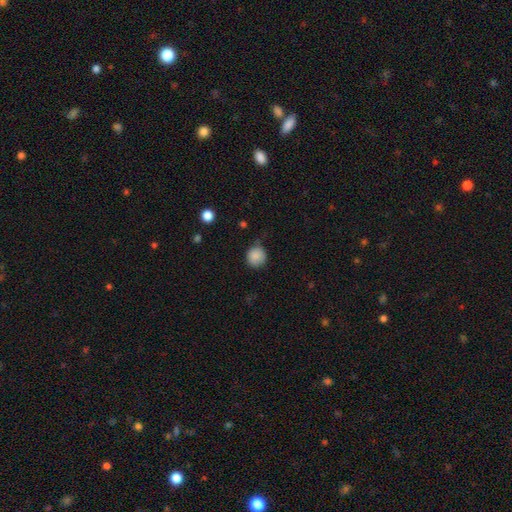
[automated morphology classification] smooth-or-featured: smooth: 87% | star or artifact: 9% | featured or disk: 5%
  how-rounded: round: 89% | in between: 10% | cigar-shaped: 1%
  merging: none: 69% | minor disturbance: 24% | major disturbance: 5% | merger: 2%